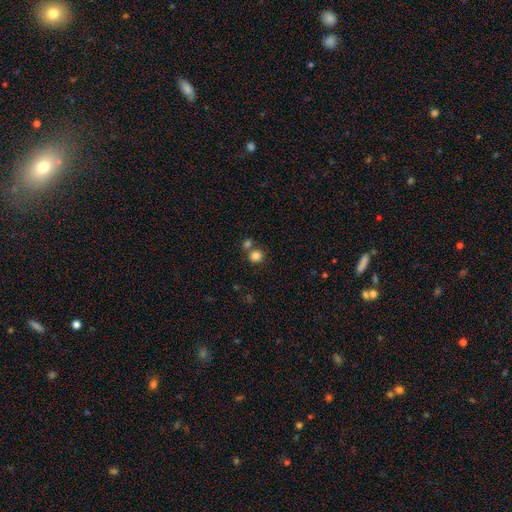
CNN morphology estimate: This appears to be a smooth galaxy with no disk features (84%) that is round (86%). Merging: none (62%).